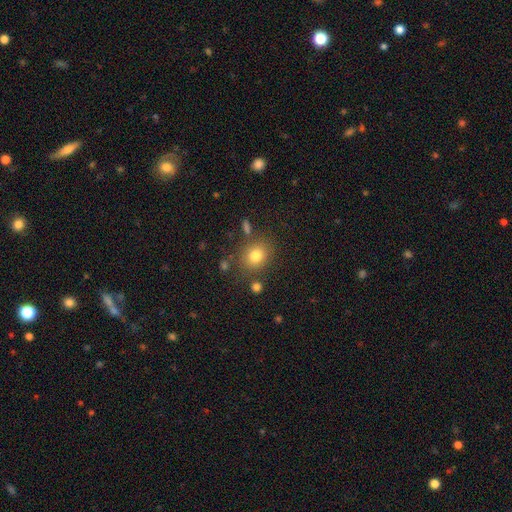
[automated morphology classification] This appears to be a smooth galaxy with no disk features (79%) that is round (64%). Merging: none (79%).